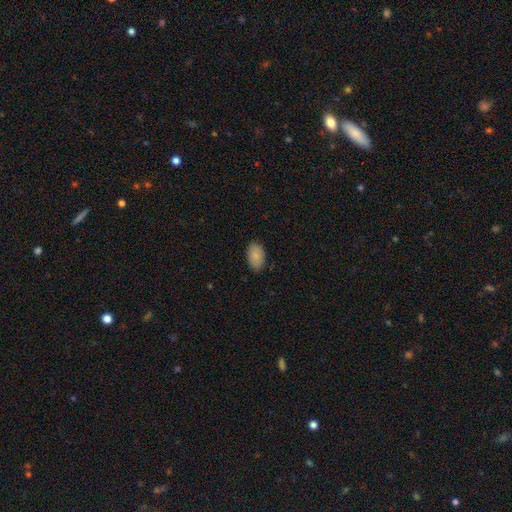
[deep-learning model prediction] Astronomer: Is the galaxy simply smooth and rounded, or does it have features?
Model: smooth — 87%.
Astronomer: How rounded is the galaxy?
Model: in between — 93%.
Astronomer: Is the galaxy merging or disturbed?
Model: none — 86%.